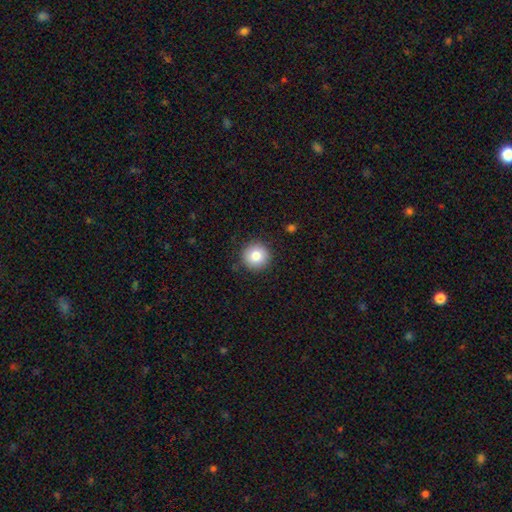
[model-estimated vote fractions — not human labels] Morphology: type=smooth (82%); roundness=round (95%); merging=none (90%).